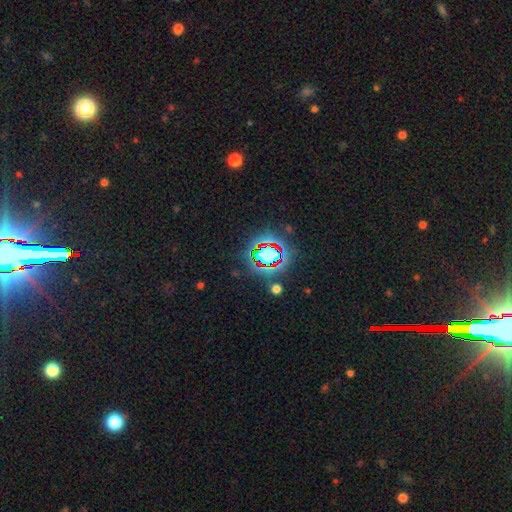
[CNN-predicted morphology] A star or artifact, not a galaxy (82%).

Vote fractions:
- Smooth or featured? star or artifact: 82% / smooth: 10% / featured or disk: 8%